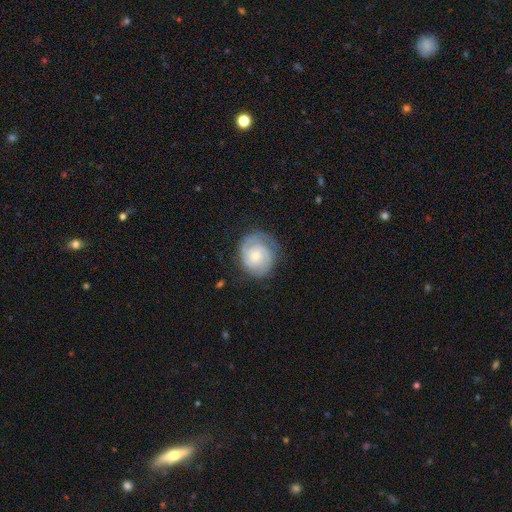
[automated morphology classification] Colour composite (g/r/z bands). It shows a featured or disk galaxy (74%) with no bar (66%), 2 (52%) tight (62%) spiral arms (95%) and a small central bulge (56%). Merging: none (72%).